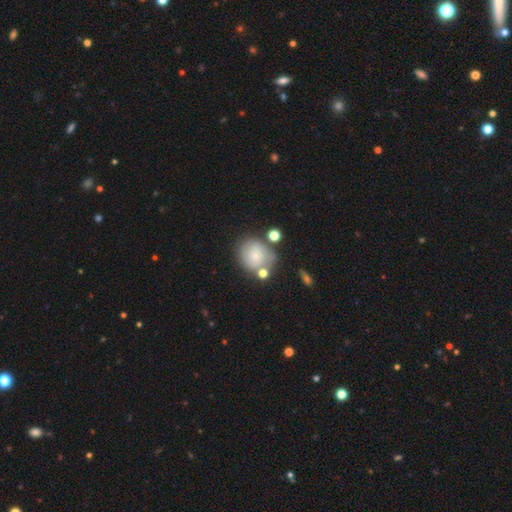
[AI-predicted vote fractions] The model was most divided on "smooth or featured": smooth: 64%, featured or disk: 27%, star or artifact: 10%. More confident: how rounded — round (75%); merging — none (58%).